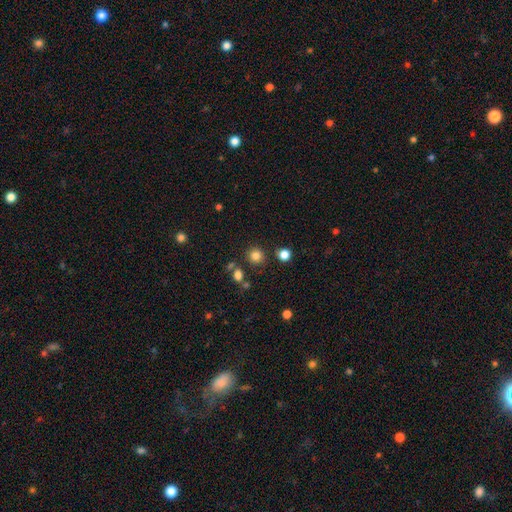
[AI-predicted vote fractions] Morphology: type=smooth (82%); roundness=round (91%); merging=none (84%).